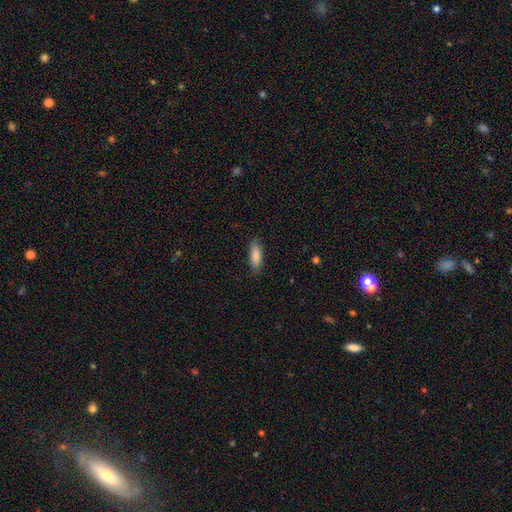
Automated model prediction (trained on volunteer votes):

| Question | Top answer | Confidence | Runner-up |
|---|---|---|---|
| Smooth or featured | smooth | 85% | featured or disk (9%) |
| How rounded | in between | 57% | cigar-shaped (41%) |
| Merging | none | 87% | minor disturbance (10%) |